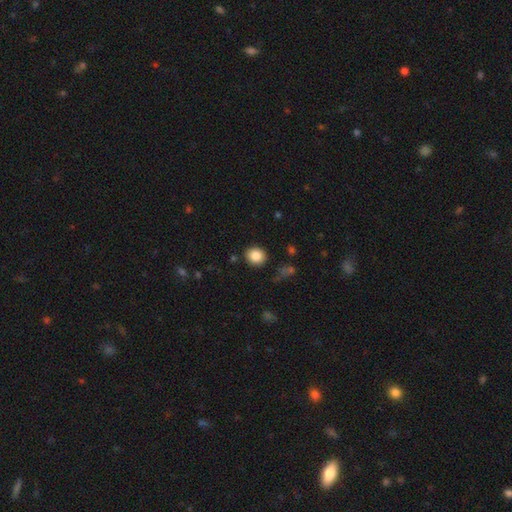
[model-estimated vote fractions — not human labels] A smooth galaxy with no disk features (85%) that is round (74%).

Vote fractions:
- Smooth or featured? smooth: 85% / star or artifact: 9% / featured or disk: 6%
- How rounded? round: 74% / in between: 25% / cigar-shaped: 1%
- Merging? none: 88% / minor disturbance: 8% / major disturbance: 2% / merger: 2%